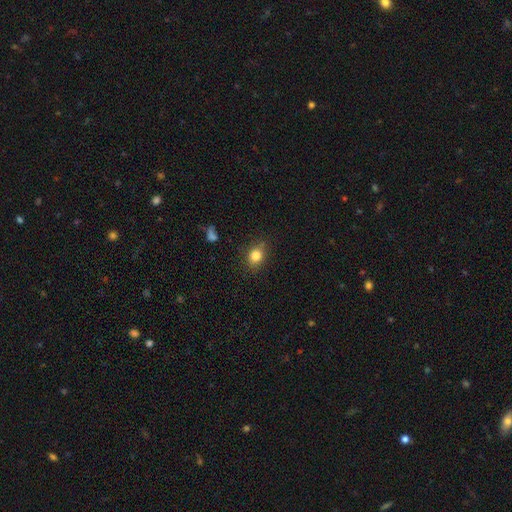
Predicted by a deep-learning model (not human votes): Smooth or featured? smooth (82%)
How rounded? round (51%)
Merging? none (79%)